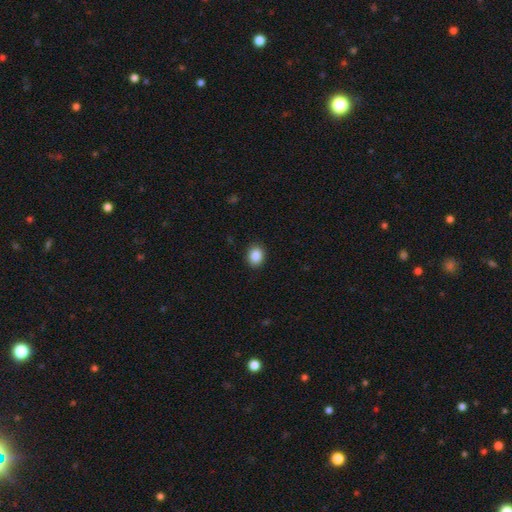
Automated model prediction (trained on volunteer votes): Smooth or featured?
  - smooth: 88% *
  - star or artifact: 9%
  - featured or disk: 3%
How rounded?
  - round: 52% *
  - in between: 47%
  - cigar-shaped: 1%
Merging?
  - none: 90% *
  - minor disturbance: 7%
  - major disturbance: 2%
  - merger: 1%